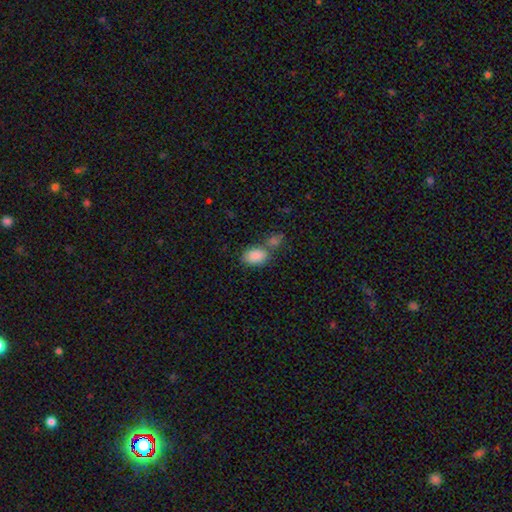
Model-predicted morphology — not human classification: Overall: smooth (87%). How rounded: in between (90%). Merging: none (48%; merger 34%).